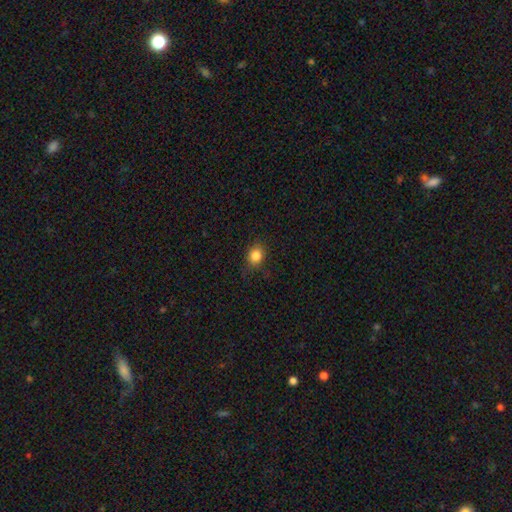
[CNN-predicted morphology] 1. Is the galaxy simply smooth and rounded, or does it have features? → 84% smooth, 11% star or artifact, 5% featured or disk.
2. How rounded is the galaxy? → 61% round, 38% in between, 1% cigar-shaped.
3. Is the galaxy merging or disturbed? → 80% none, 15% minor disturbance, 4% major disturbance, 1% merger.